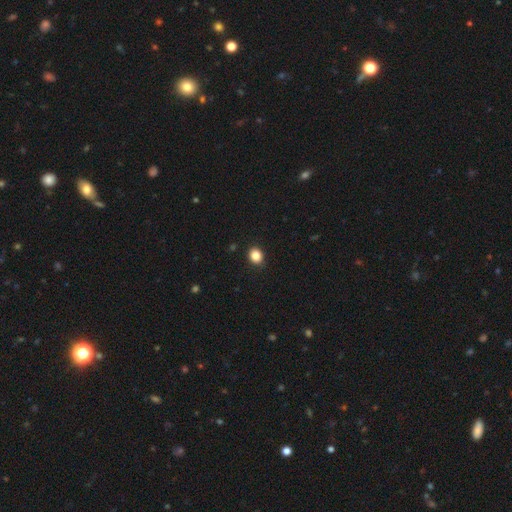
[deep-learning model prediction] smooth-or-featured: smooth: 86% | star or artifact: 10% | featured or disk: 4%
  how-rounded: round: 58% | in between: 41% | cigar-shaped: 1%
  merging: none: 90% | minor disturbance: 7% | major disturbance: 2% | merger: 1%